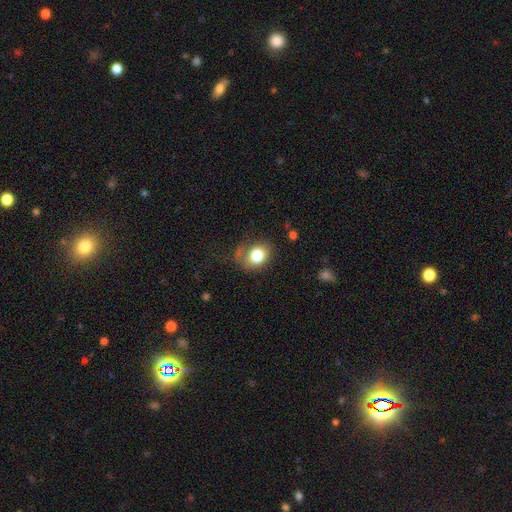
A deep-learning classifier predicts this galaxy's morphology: This is likely a smooth galaxy (74%). How rounded: likely round (61%). Merging: likely none (61%).